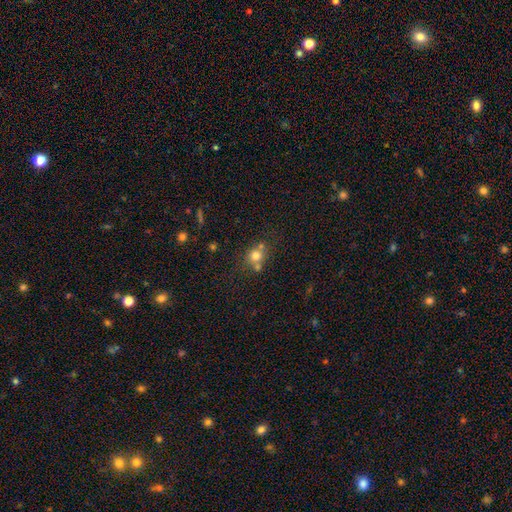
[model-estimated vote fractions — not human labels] A smooth galaxy with no disk features (72%) that is round (82%). Merging: none (54%).